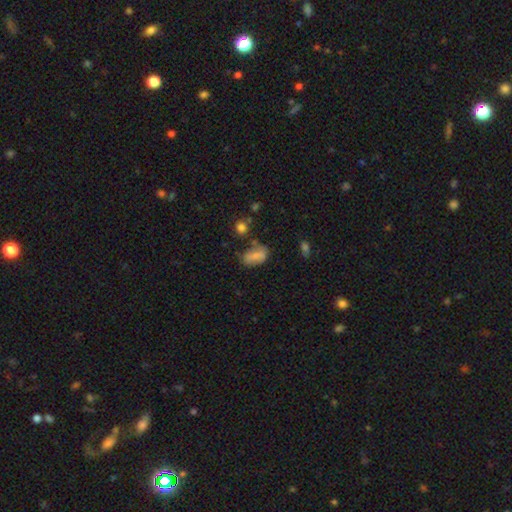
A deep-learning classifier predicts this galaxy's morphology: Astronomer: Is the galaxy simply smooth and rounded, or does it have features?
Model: smooth — 72%.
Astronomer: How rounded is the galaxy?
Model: in between — 85%.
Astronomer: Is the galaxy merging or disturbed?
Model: none — 58%.